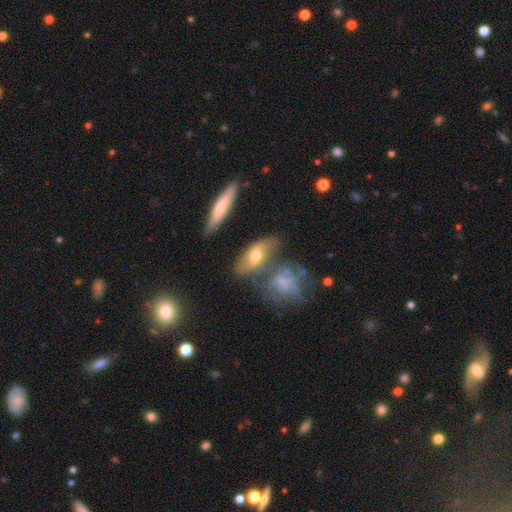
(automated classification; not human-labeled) The model was most divided on "merging": none: 47%, merger: 28%, minor disturbance: 17%, major disturbance: 8%. More confident: how rounded — in between (74%); smooth or featured — smooth (56%).